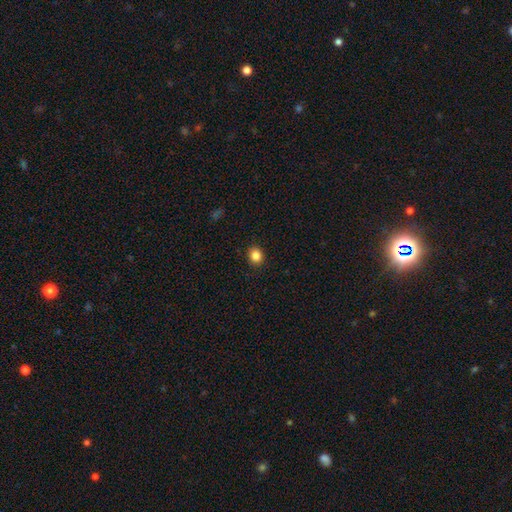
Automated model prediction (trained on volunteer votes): Q: Smooth or featured?
A: smooth (85%); runner-up: star or artifact (11%)
Q: How rounded?
A: round (74%); runner-up: in between (25%)
Q: Merging?
A: none (91%); runner-up: minor disturbance (6%)